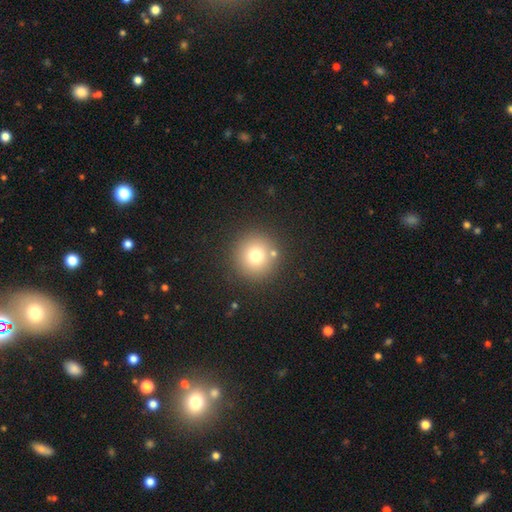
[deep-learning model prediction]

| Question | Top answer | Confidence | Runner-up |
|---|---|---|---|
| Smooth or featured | smooth | 75% | star or artifact (14%) |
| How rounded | round | 95% | in between (4%) |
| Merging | none | 85% | minor disturbance (7%) |